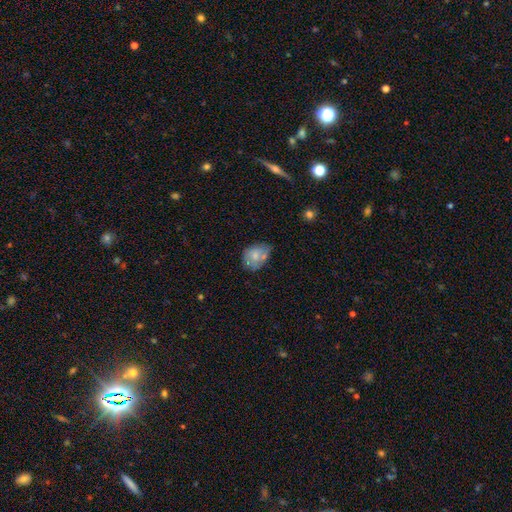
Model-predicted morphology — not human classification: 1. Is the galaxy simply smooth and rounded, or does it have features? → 62% smooth, 30% featured or disk, 8% star or artifact.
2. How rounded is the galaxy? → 64% in between, 35% round, 1% cigar-shaped.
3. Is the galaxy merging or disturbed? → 45% none, 32% minor disturbance, 13% merger, 10% major disturbance.